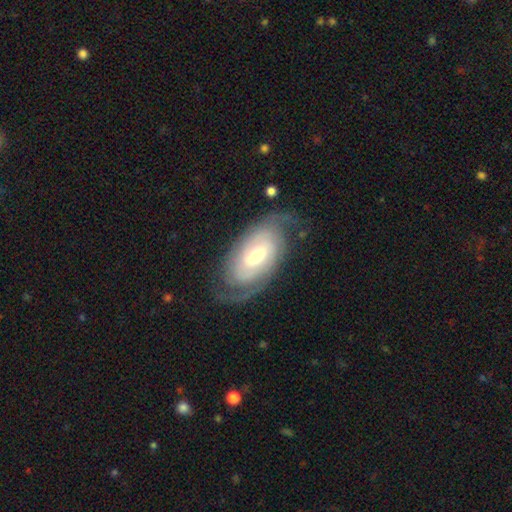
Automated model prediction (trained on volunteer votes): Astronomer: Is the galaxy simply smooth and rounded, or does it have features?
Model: featured or disk — 81%.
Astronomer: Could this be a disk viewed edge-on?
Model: no — 94%.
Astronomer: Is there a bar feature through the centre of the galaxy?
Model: weak — 43% (runner-up: no, 40%).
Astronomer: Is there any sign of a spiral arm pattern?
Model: yes — 93%.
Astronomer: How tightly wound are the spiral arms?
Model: tight — 54% (runner-up: medium, 33%).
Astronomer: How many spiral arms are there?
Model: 2 — 69%.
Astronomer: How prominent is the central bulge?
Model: moderate — 63%.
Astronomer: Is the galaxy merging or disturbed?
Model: none — 72%.